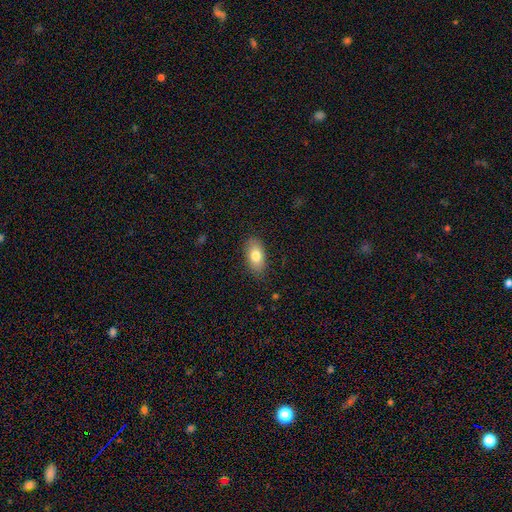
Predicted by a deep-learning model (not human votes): This appears to be a smooth galaxy with no disk features (79%) that is in between round and cigar-shaped (91%). Merging: none (84%).